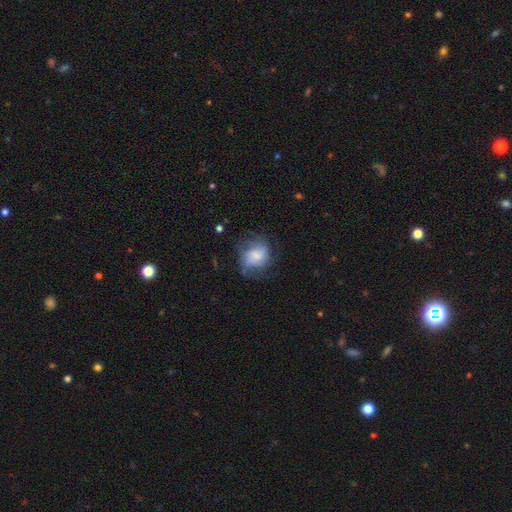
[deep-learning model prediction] Smooth or featured? Predicted: smooth (p=0.46). Merging? Predicted: none (p=0.54).